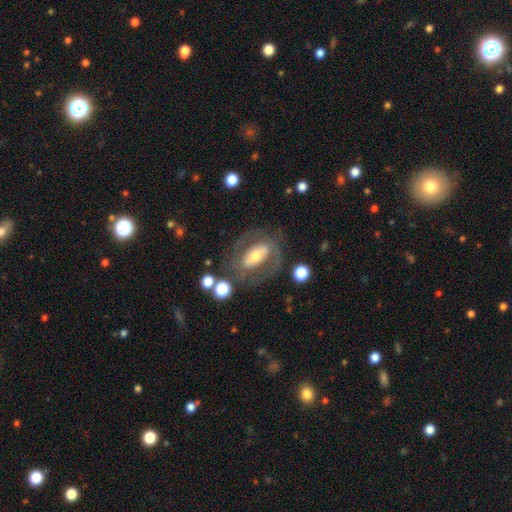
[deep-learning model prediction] Morphology: type=featured or disk (68%); edge-on=no (90%); bar=strong (44%); spiral arms=yes (53%); bulge=moderate (54%); merging=none (67%).